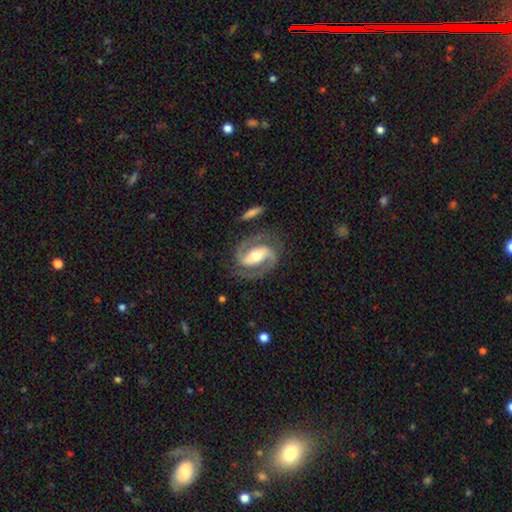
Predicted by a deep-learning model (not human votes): Morphology: type=featured or disk (91%); edge-on=no (97%); bar=strong (55%); spiral arms=yes (98%); winding=medium (57%); arm count=2 (94%); bulge=moderate (68%); merging=none (81%).